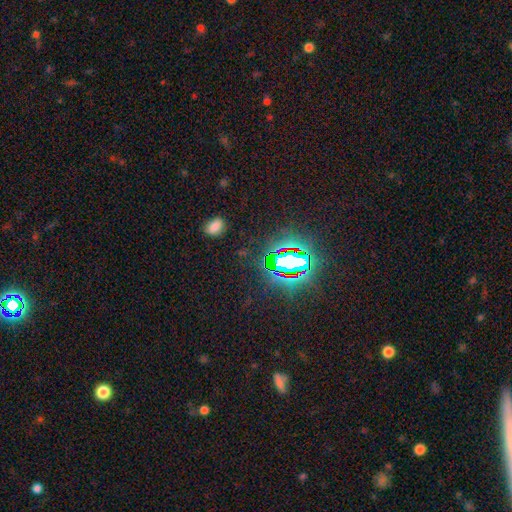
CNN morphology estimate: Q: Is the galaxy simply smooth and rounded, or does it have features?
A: star or artifact — 83%.